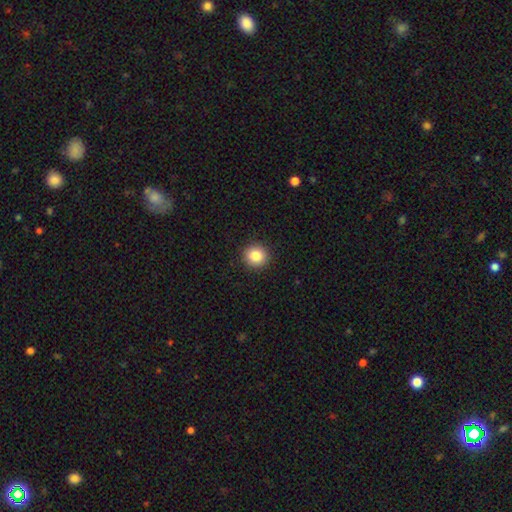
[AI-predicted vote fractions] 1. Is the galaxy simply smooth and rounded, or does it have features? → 84% smooth, 10% star or artifact, 6% featured or disk.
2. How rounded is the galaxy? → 92% round, 7% in between, 1% cigar-shaped.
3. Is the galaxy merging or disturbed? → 93% none, 5% minor disturbance, 2% major disturbance, 1% merger.